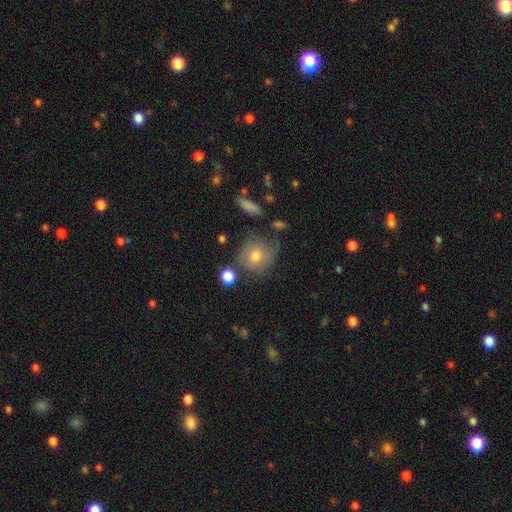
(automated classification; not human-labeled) smooth_or_featured: smooth (p=0.63) [alt: featured or disk p=0.26]
how_rounded: round (p=0.82) [alt: in between p=0.17]
merging: none (p=0.65) [alt: minor disturbance p=0.21]